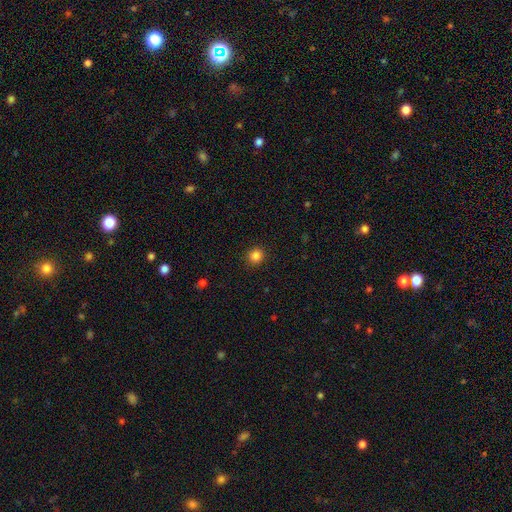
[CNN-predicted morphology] Q: Smooth or featured?
A: smooth (84%); runner-up: star or artifact (12%)
Q: How rounded?
A: round (87%); runner-up: in between (12%)
Q: Merging?
A: none (91%); runner-up: minor disturbance (6%)